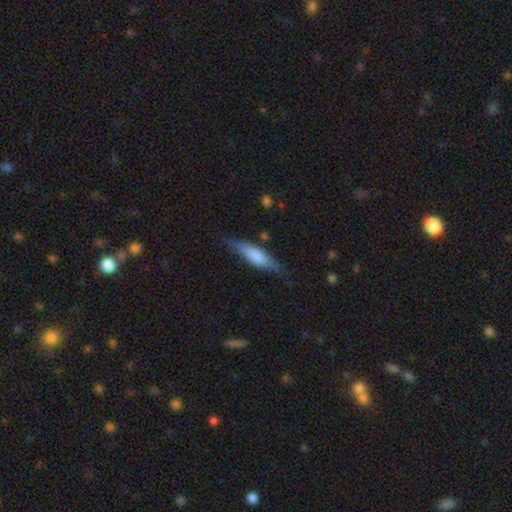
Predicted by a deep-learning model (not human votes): Overall: smooth (68%). How rounded: cigar-shaped (67%; in between 32%). Merging: none (74%).